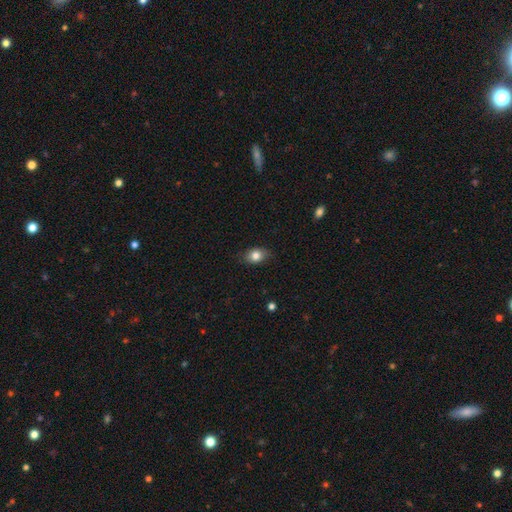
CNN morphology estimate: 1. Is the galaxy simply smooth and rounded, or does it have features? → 82% smooth, 9% featured or disk, 9% star or artifact.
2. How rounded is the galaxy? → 70% in between, 28% round, 1% cigar-shaped.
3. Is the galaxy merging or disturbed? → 83% none, 14% minor disturbance, 2% major disturbance, 1% merger.